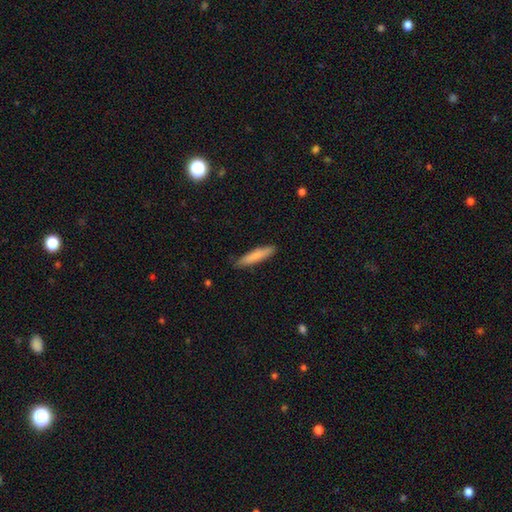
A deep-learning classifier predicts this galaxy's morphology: This appears to be a smooth galaxy with no disk features (82%) that is cigar-shaped (89%). Merging: none (86%).